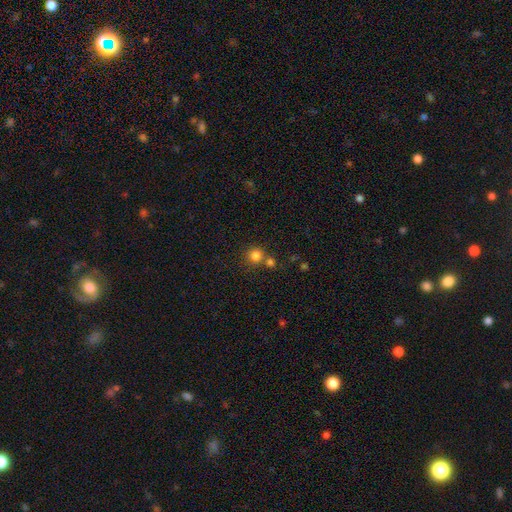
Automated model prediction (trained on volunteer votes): Smooth or featured: smooth — 82% (star or artifact — 13%)
How rounded: round — 93% (in between — 6%)
Merging: none — 67% (merger — 22%)